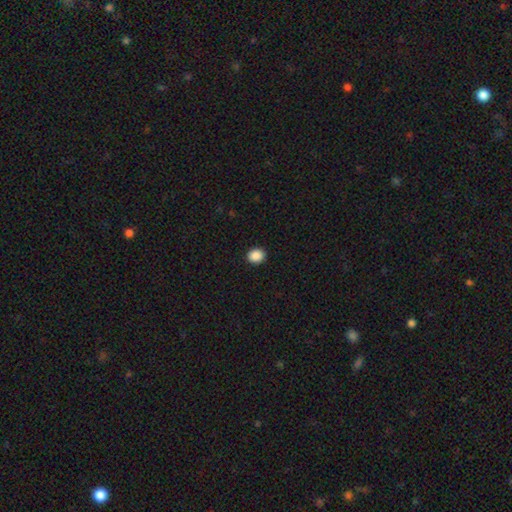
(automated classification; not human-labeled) smooth-or-featured: smooth: 89% | star or artifact: 9% | featured or disk: 2%
  how-rounded: round: 74% | in between: 26% | cigar-shaped: 1%
  merging: none: 92% | minor disturbance: 5% | major disturbance: 2% | merger: 1%